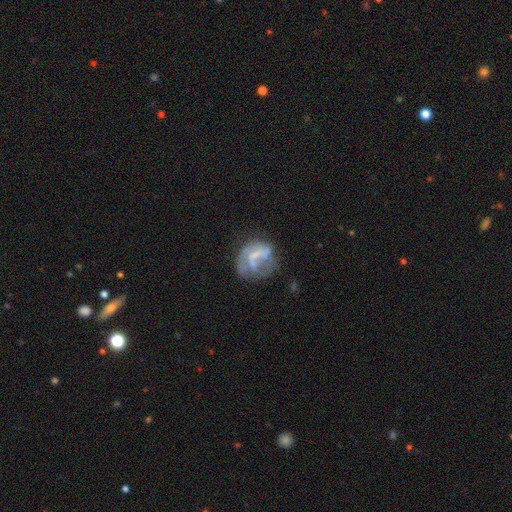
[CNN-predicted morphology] Smooth or featured?
  - featured or disk: 58% *
  - smooth: 32%
  - star or artifact: 10%
Edge-on disk?
  - no: 98% *
  - yes: 2%
Bar?
  - no: 58% *
  - weak: 31%
  - strong: 11%
Spiral arms?
  - no: 59% *
  - yes: 41%
Bulge size?
  - none: 47% *
  - small: 33%
  - moderate: 16%
  - large: 2%
  - dominant: 1%
Merging?
  - none: 41% *
  - major disturbance: 31%
  - minor disturbance: 22%
  - merger: 6%